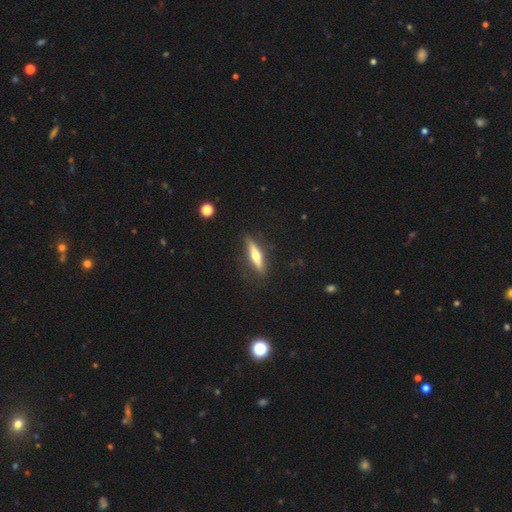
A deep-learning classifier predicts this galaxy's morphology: The model was most divided on "smooth or featured": featured or disk: 55%, smooth: 39%, star or artifact: 6%. More confident: edge-on disk — yes (94%); edge-on bulge — rounded (91%); merging — none (86%).